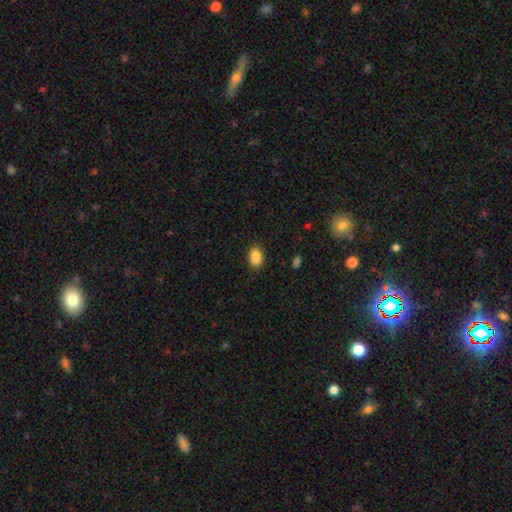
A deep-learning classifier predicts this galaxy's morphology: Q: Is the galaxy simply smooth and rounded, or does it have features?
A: smooth — 86%.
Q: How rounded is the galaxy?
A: in between — 83%.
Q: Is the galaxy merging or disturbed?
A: none — 74%.